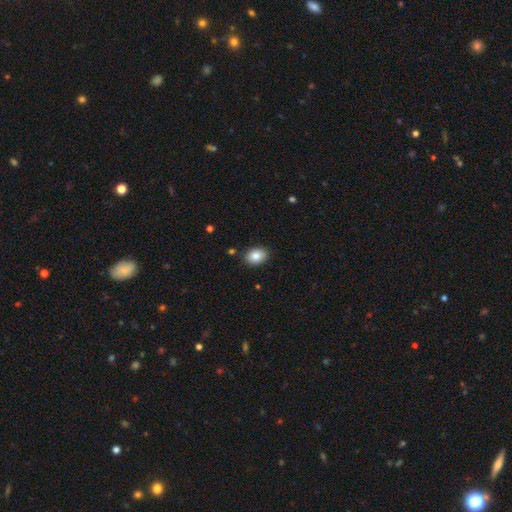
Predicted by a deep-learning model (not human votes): Q: Smooth or featured?
A: smooth (84%); runner-up: star or artifact (8%)
Q: How rounded?
A: in between (70%); runner-up: round (29%)
Q: Merging?
A: none (87%); runner-up: minor disturbance (9%)